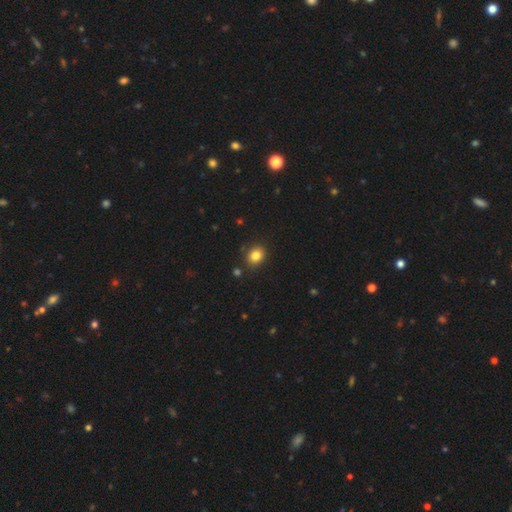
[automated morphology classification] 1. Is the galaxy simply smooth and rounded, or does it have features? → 83% smooth, 11% star or artifact, 6% featured or disk.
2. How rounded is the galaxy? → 61% round, 38% in between, 1% cigar-shaped.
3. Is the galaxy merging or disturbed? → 85% none, 9% minor disturbance, 3% merger, 2% major disturbance.